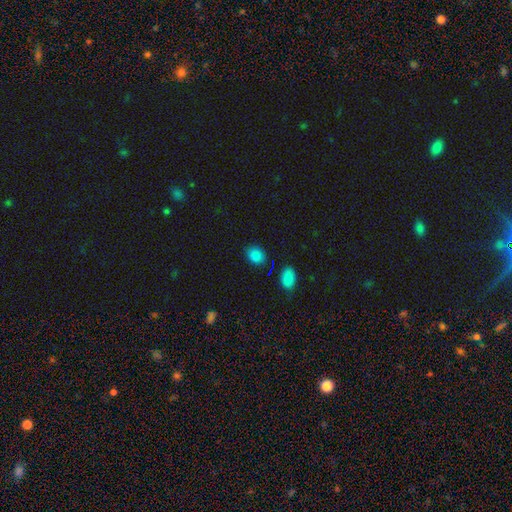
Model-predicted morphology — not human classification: smooth-or-featured: smooth: 84% | star or artifact: 13% | featured or disk: 3%
  how-rounded: in between: 60% | round: 39% | cigar-shaped: 1%
  merging: none: 82% | minor disturbance: 11% | merger: 3% | major disturbance: 3%